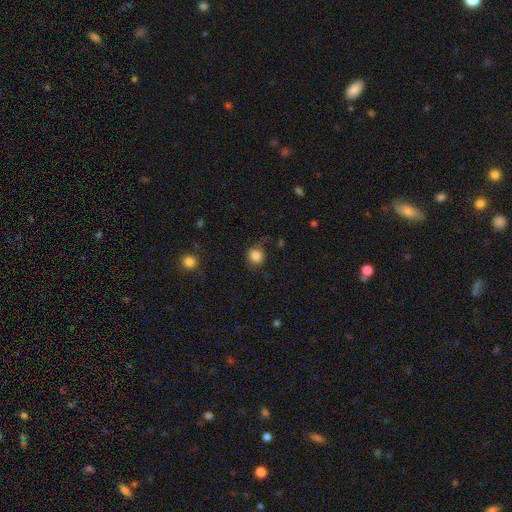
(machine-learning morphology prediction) Smooth or featured?
  - smooth: 85% *
  - star or artifact: 10%
  - featured or disk: 5%
How rounded?
  - round: 77% *
  - in between: 22%
  - cigar-shaped: 1%
Merging?
  - none: 62% *
  - minor disturbance: 25%
  - major disturbance: 10%
  - merger: 2%